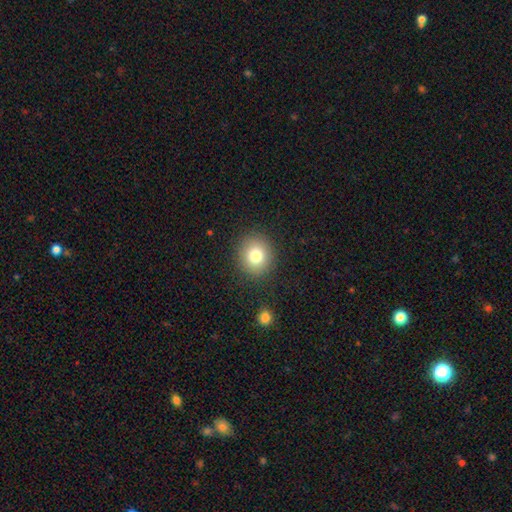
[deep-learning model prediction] smooth-or-featured: smooth: 79% | star or artifact: 11% | featured or disk: 10%
  how-rounded: round: 82% | in between: 17% | cigar-shaped: 1%
  merging: none: 88% | minor disturbance: 7% | major disturbance: 3% | merger: 2%